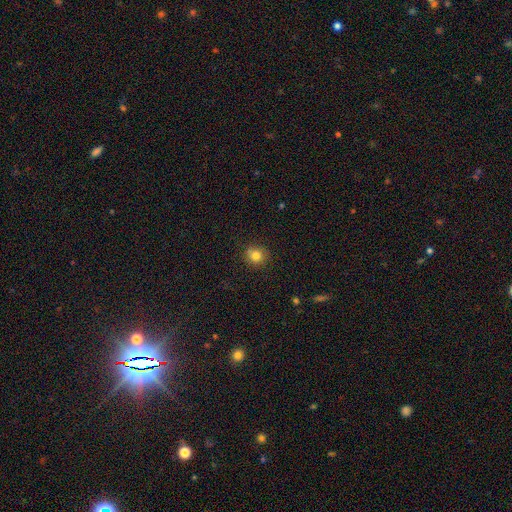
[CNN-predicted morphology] The model was most divided on "smooth or featured": smooth: 81%, star or artifact: 12%, featured or disk: 7%. More confident: how rounded — round (87%); merging — none (85%).